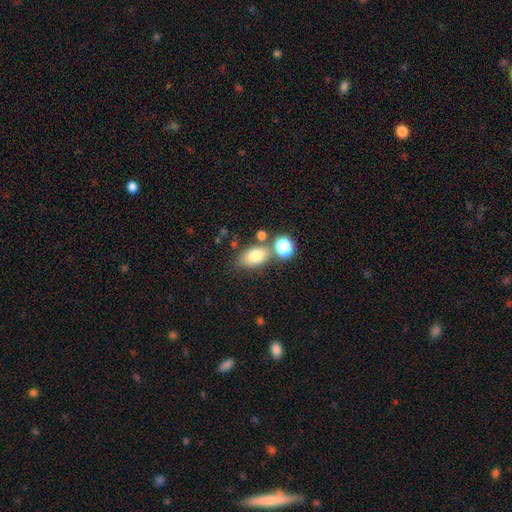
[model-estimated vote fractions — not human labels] A smooth galaxy with no disk features (76%) that is in between round and cigar-shaped (83%).

Vote fractions:
- Smooth or featured? smooth: 76% / featured or disk: 13% / star or artifact: 11%
- How rounded? in between: 83% / round: 14% / cigar-shaped: 3%
- Merging? none: 63% / merger: 18% / minor disturbance: 14% / major disturbance: 5%